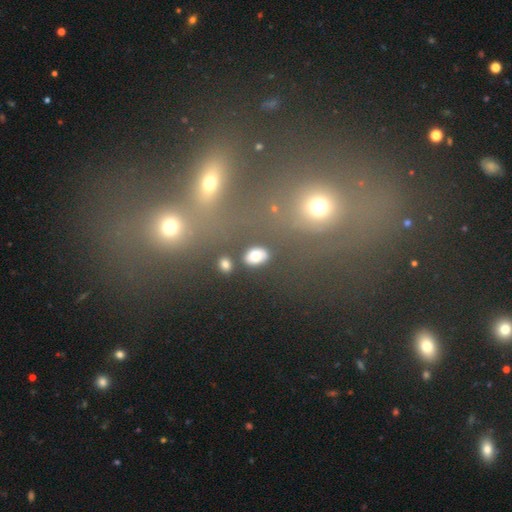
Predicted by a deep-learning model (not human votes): This is likely a smooth galaxy (76%). How rounded: clearly in between (84%). Merging: clearly none (81%).